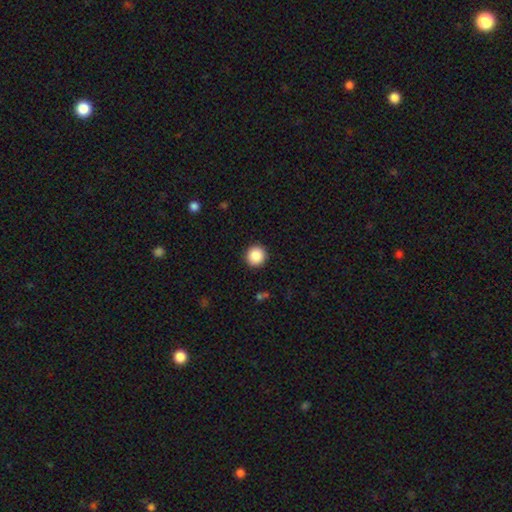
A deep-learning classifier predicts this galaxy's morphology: This appears to be a smooth galaxy with no disk features (88%) that is round (95%). Merging: none (93%).